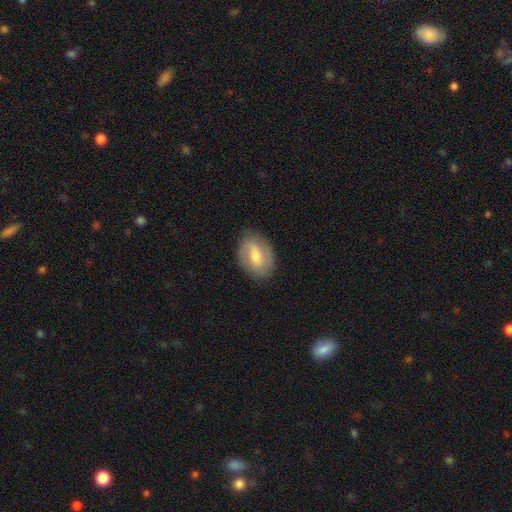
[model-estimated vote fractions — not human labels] smooth-or-featured: featured or disk: 56% | smooth: 38% | star or artifact: 6%
  disk-edge-on: no: 95% | yes: 5%
    bar: weak: 51% | strong: 26% | no: 23%
    has-spiral-arms: yes: 75% | no: 25%
    bulge-size: moderate: 58% | small: 31% | large: 7% | none: 3% | dominant: 1%
  merging: none: 81% | minor disturbance: 14% | major disturbance: 4% | merger: 1%